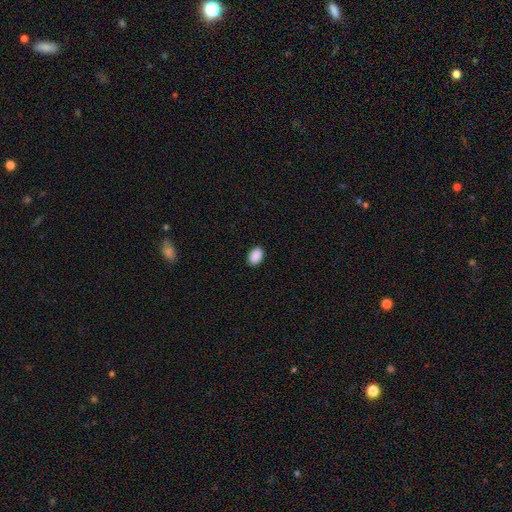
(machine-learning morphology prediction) Q: Smooth or featured?
A: smooth (91%); runner-up: star or artifact (7%)
Q: How rounded?
A: in between (85%); runner-up: round (14%)
Q: Merging?
A: none (90%); runner-up: minor disturbance (7%)